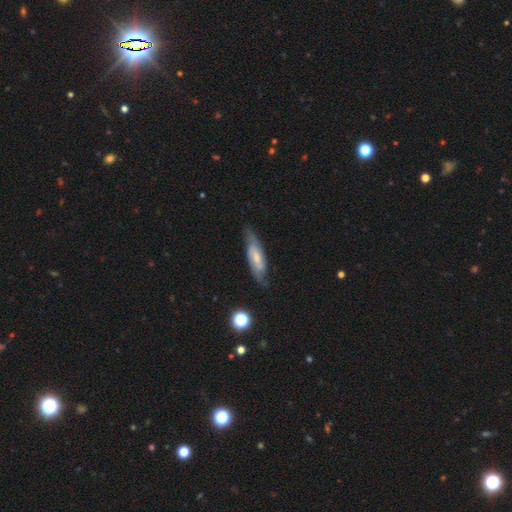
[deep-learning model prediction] A featured or disk galaxy (65%).

Vote fractions:
- Smooth or featured? featured or disk: 65% / smooth: 28% / star or artifact: 7%
- Edge-on disk? no: 70% / yes: 30%
- Merging? none: 75% / minor disturbance: 18% / major disturbance: 5% / merger: 2%